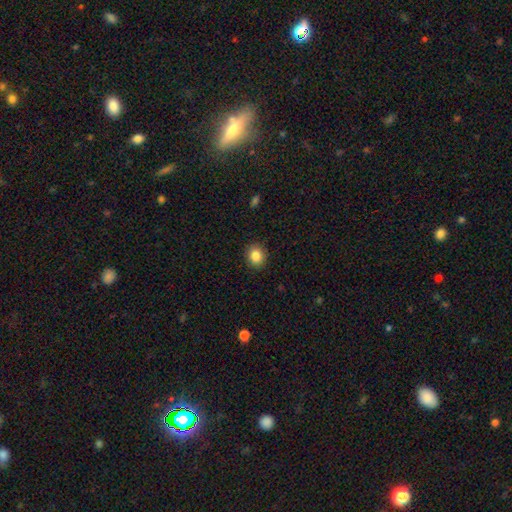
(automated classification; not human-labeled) smooth_or_featured: smooth (p=0.85) [alt: star or artifact p=0.10]
how_rounded: round (p=0.72) [alt: in between p=0.27]
merging: none (p=0.90) [alt: minor disturbance p=0.07]